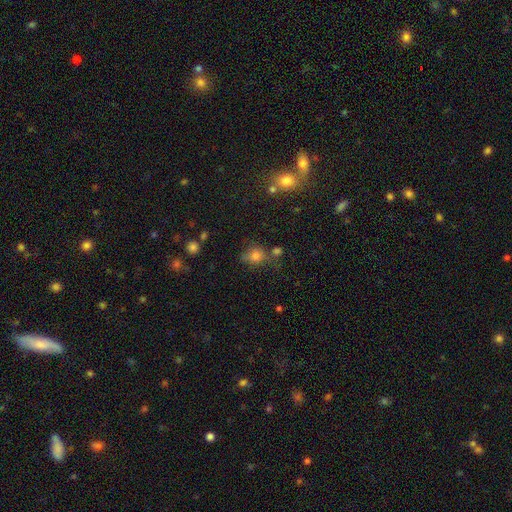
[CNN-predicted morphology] Smooth or featured?
  - smooth: 74% *
  - star or artifact: 16%
  - featured or disk: 10%
How rounded?
  - round: 69% *
  - in between: 29%
  - cigar-shaped: 1%
Merging?
  - none: 55% *
  - minor disturbance: 22%
  - merger: 13%
  - major disturbance: 10%